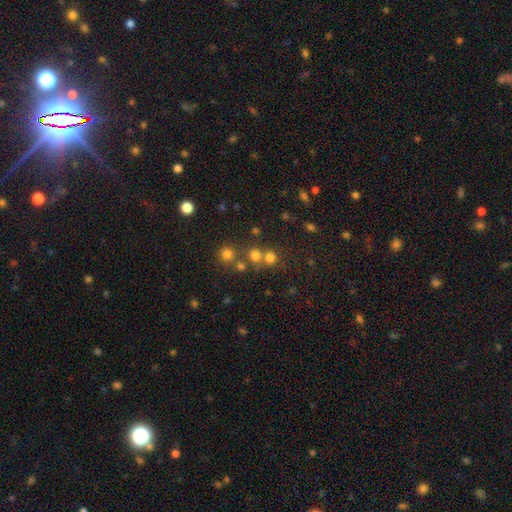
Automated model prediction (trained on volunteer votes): Q: Smooth or featured?
A: smooth (66%); runner-up: star or artifact (24%)
Q: How rounded?
A: round (88%); runner-up: in between (11%)
Q: Merging?
A: none (60%); runner-up: merger (31%)